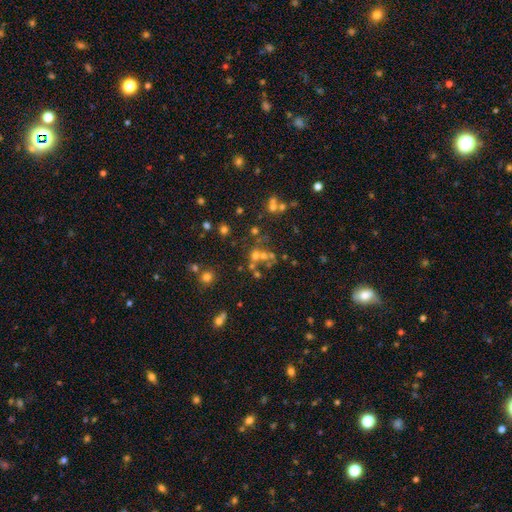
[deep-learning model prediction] This is possibly a smooth galaxy (46%). Merging: possibly none (47%).